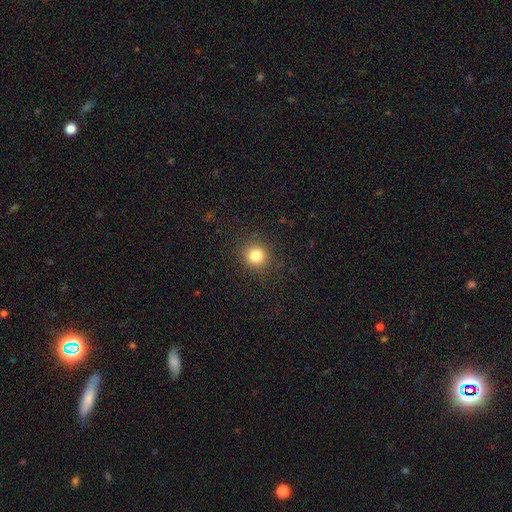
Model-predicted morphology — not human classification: Smooth or featured?
  - smooth: 82% *
  - star or artifact: 12%
  - featured or disk: 6%
How rounded?
  - round: 91% *
  - in between: 8%
  - cigar-shaped: 1%
Merging?
  - none: 89% *
  - minor disturbance: 7%
  - major disturbance: 3%
  - merger: 1%